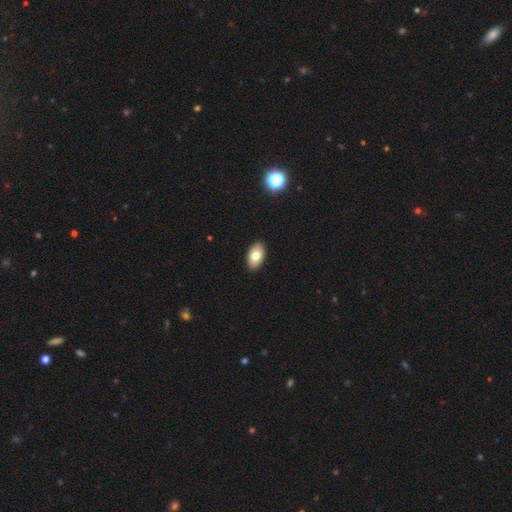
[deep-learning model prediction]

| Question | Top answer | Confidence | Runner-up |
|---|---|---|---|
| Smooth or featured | smooth | 78% | featured or disk (14%) |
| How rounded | in between | 93% | round (5%) |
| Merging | none | 91% | minor disturbance (7%) |